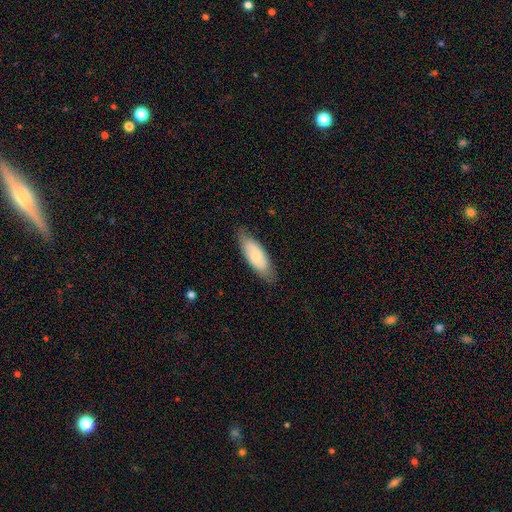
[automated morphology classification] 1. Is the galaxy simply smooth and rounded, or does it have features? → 72% smooth, 22% featured or disk, 6% star or artifact.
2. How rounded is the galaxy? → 66% in between, 32% cigar-shaped, 2% round.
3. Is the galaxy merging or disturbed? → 79% none, 16% minor disturbance, 3% major disturbance, 1% merger.